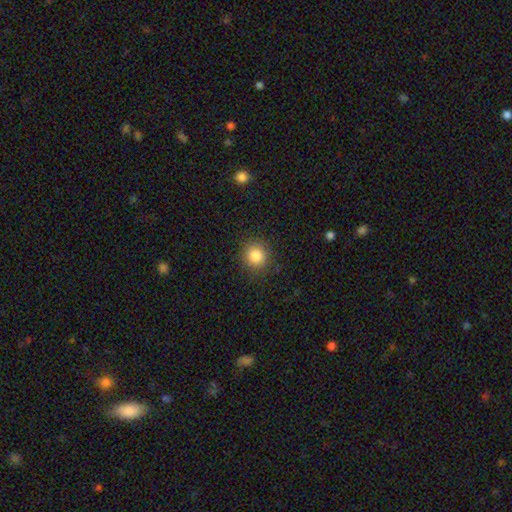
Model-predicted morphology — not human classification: This is clearly a smooth galaxy (84%). How rounded: clearly round (91%). Merging: clearly none (88%).